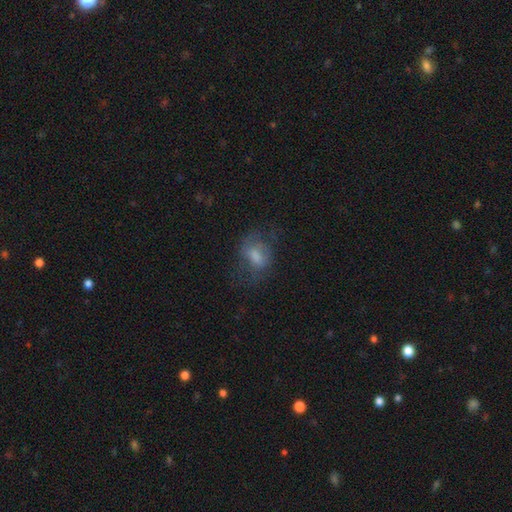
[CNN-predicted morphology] Smooth or featured: smooth — 51% (featured or disk — 34%)
How rounded: in between — 68% (round — 29%)
Merging: none — 54% (major disturbance — 23%)